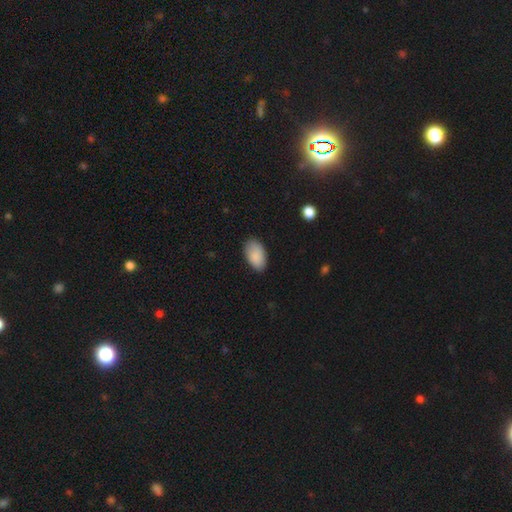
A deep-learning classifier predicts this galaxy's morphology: Smooth or featured: smooth — 89% (star or artifact — 6%)
How rounded: in between — 94% (round — 4%)
Merging: none — 82% (minor disturbance — 14%)